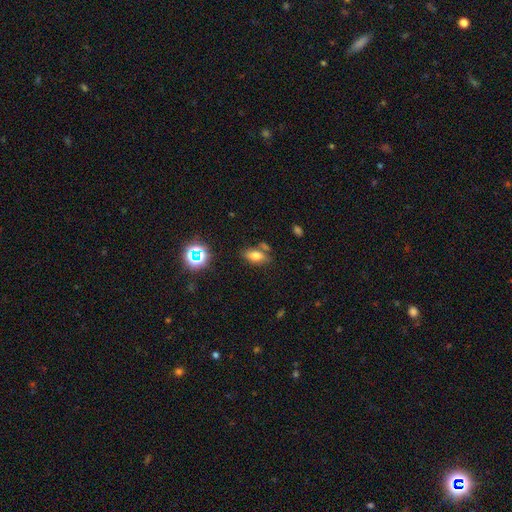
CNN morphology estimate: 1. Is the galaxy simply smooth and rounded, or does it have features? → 70% smooth, 16% star or artifact, 14% featured or disk.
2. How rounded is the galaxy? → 83% in between, 9% cigar-shaped, 8% round.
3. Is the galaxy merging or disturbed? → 69% none, 14% minor disturbance, 13% merger, 4% major disturbance.